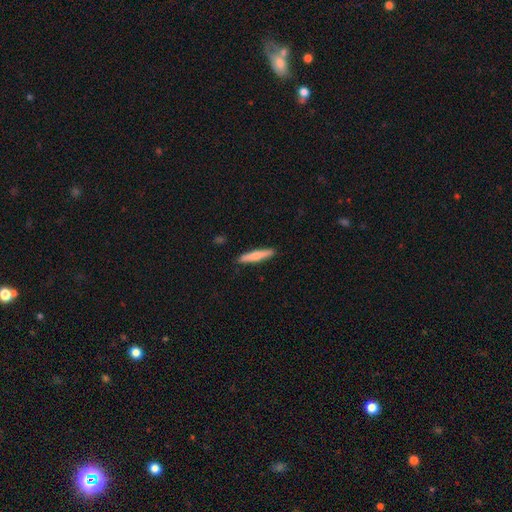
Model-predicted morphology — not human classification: Smooth or featured? Predicted: smooth (p=0.70). How rounded? Predicted: cigar-shaped (p=0.91). Merging? Predicted: none (p=0.90).